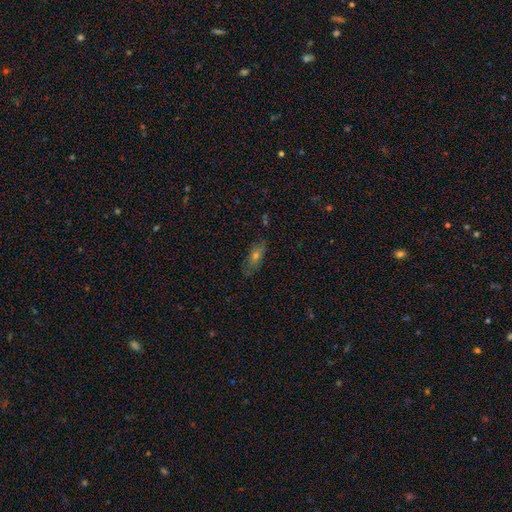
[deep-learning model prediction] Smooth or featured? smooth (44%)
Merging? none (77%)